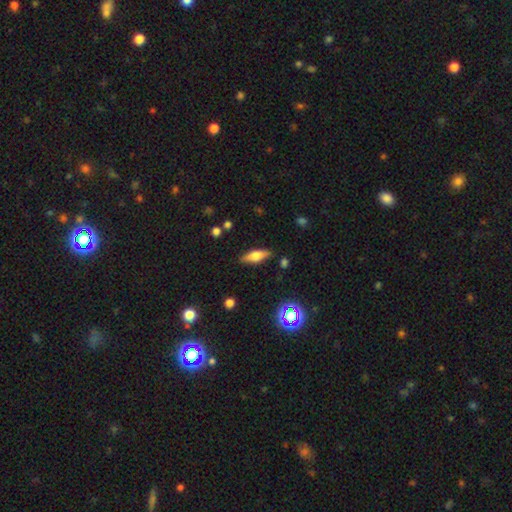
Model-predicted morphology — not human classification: A smooth galaxy with no disk features (49%).

Vote fractions:
- Smooth or featured? smooth: 49% / featured or disk: 43% / star or artifact: 9%
- Merging? none: 86% / minor disturbance: 10% / major disturbance: 2% / merger: 2%